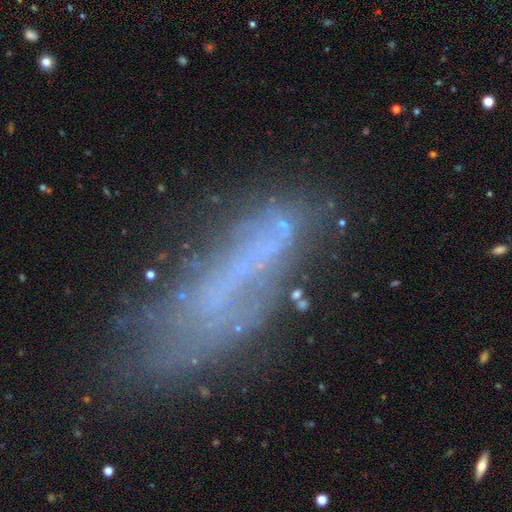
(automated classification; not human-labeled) This is possibly a featured or disk galaxy (46%). Merging: possibly none (54%).